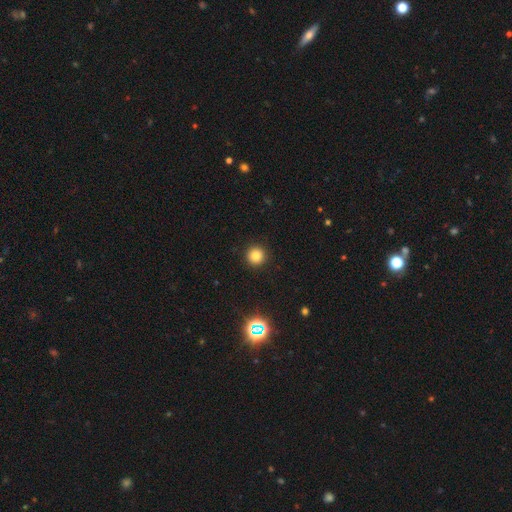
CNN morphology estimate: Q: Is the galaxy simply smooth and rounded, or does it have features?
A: smooth — 81%.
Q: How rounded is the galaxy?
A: round — 95%.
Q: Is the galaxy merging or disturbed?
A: none — 92%.